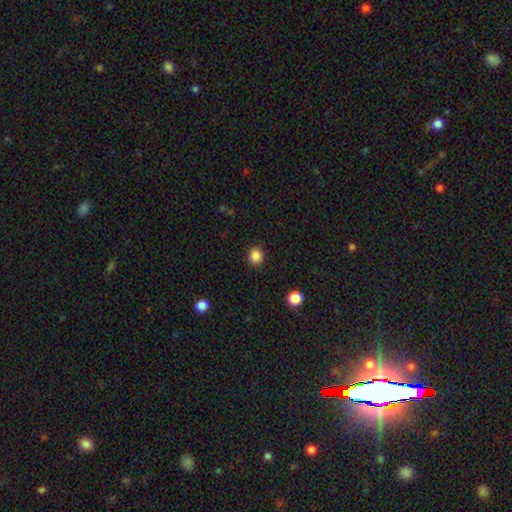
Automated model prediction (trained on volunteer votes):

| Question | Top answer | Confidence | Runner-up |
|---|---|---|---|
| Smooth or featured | smooth | 87% | star or artifact (10%) |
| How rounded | round | 82% | in between (18%) |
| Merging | none | 90% | minor disturbance (7%) |